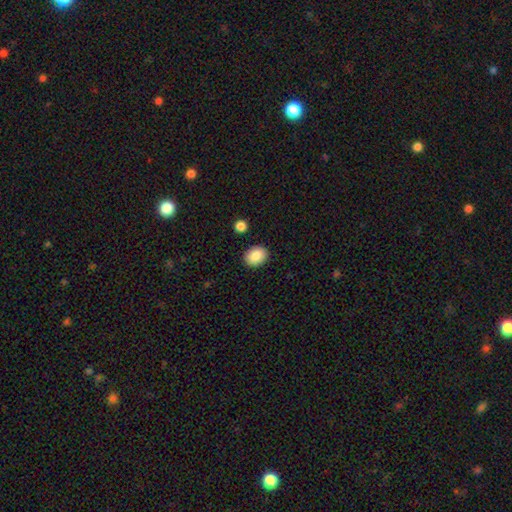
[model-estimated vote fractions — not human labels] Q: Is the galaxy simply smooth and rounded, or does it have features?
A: smooth — 87%.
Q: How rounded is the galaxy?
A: in between — 57%.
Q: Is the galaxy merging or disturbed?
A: none — 89%.